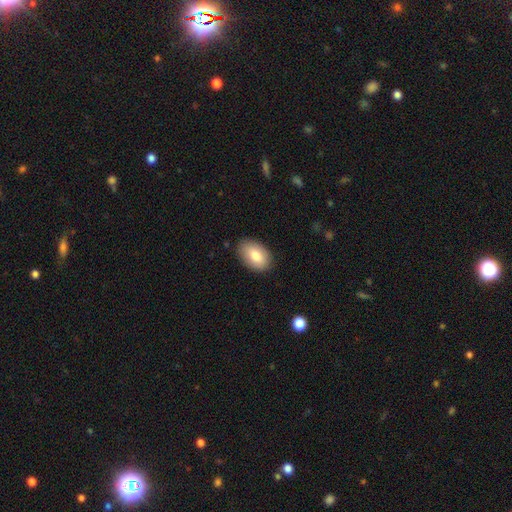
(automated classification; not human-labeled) smooth_or_featured: smooth (p=0.81) [alt: featured or disk p=0.12]
how_rounded: in between (p=0.91) [alt: round p=0.07]
merging: none (p=0.86) [alt: minor disturbance p=0.11]